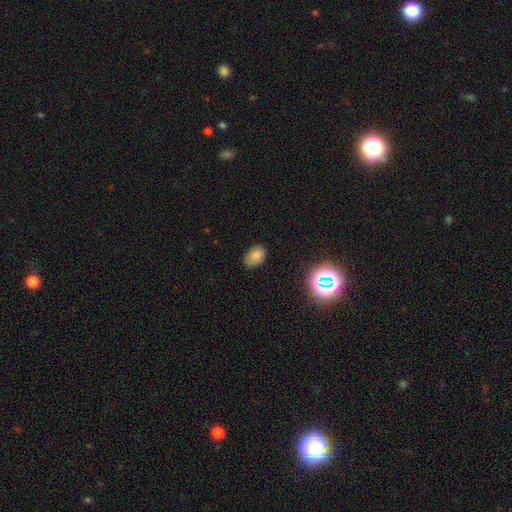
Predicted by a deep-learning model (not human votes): A smooth galaxy with no disk features (80%) that is in between round and cigar-shaped (83%).

Vote fractions:
- Smooth or featured? smooth: 80% / star or artifact: 14% / featured or disk: 6%
- How rounded? in between: 83% / round: 16% / cigar-shaped: 1%
- Merging? none: 76% / minor disturbance: 18% / major disturbance: 4% / merger: 1%